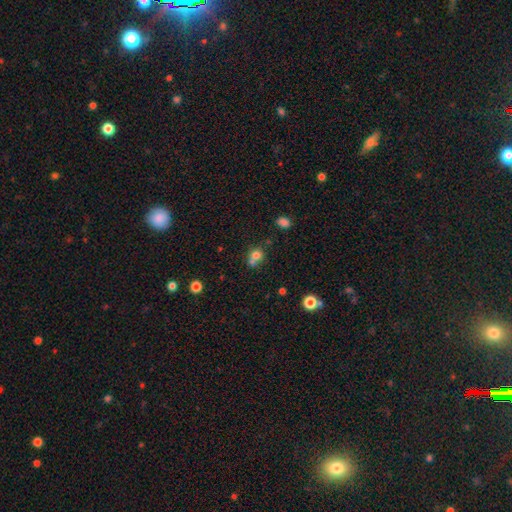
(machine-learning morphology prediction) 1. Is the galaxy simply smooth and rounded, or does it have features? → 73% smooth, 15% star or artifact, 11% featured or disk.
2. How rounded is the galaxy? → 81% round, 18% in between, 1% cigar-shaped.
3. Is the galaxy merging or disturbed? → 47% merger, 42% none, 8% minor disturbance, 3% major disturbance.